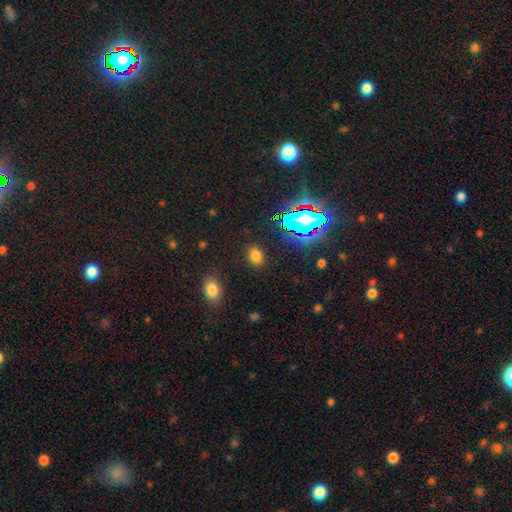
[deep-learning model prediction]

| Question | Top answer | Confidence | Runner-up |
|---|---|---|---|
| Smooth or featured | smooth | 73% | star or artifact (21%) |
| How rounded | in between | 77% | round (21%) |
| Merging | none | 86% | minor disturbance (9%) |